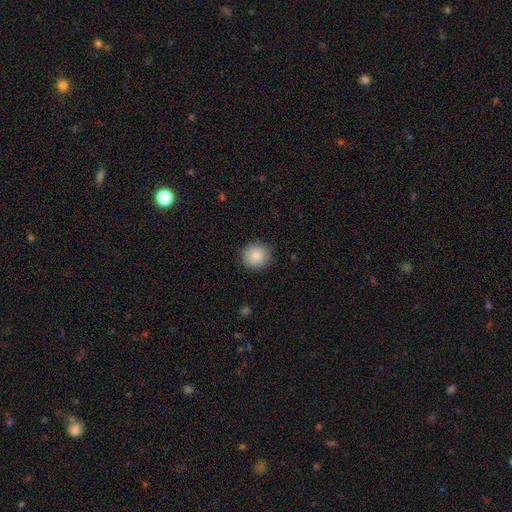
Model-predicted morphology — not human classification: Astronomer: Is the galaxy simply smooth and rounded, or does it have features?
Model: smooth — 88%.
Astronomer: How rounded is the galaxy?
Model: round — 91%.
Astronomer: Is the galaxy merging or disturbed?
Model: none — 90%.